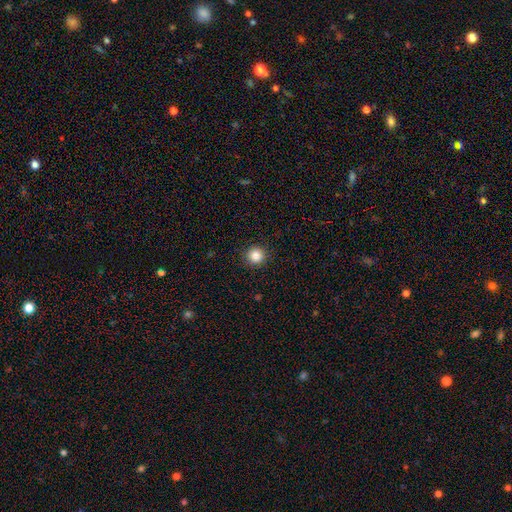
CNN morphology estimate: A smooth galaxy with no disk features (85%) that is round (95%). Merging: none (92%).